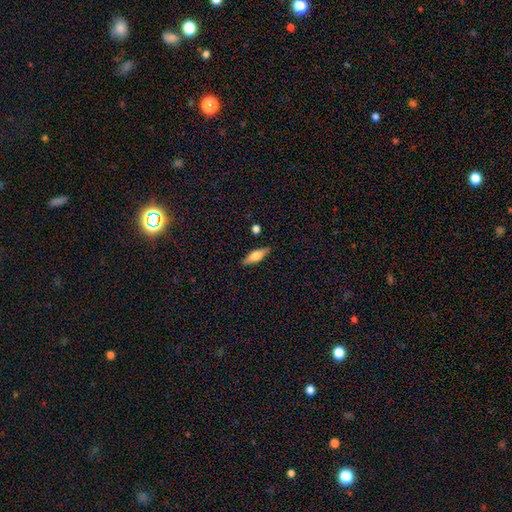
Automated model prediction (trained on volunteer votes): Smooth or featured? Predicted: smooth (p=0.59). How rounded? Predicted: in between (p=0.53). Merging? Predicted: none (p=0.86).